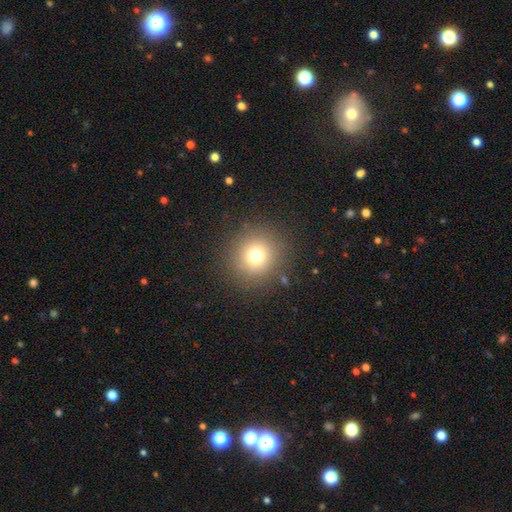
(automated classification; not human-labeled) Overall: smooth (74%). How rounded: round (93%). Merging: none (88%).